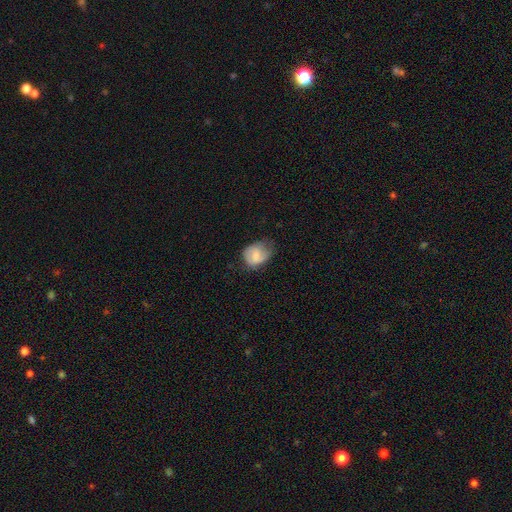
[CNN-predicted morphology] smooth_or_featured: smooth (p=0.64) [alt: featured or disk p=0.29]
how_rounded: in between (p=0.57) [alt: round p=0.42]
merging: none (p=0.43) [alt: minor disturbance p=0.40]